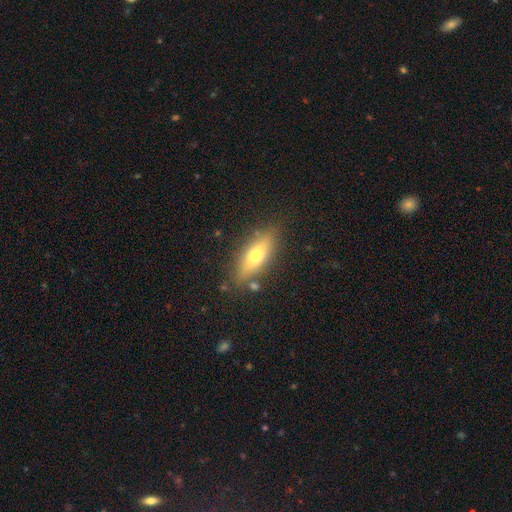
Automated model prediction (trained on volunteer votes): The model was most divided on "how rounded": in between: 55%, cigar-shaped: 42%, round: 3%. More confident: merging — none (82%); smooth or featured — smooth (57%).